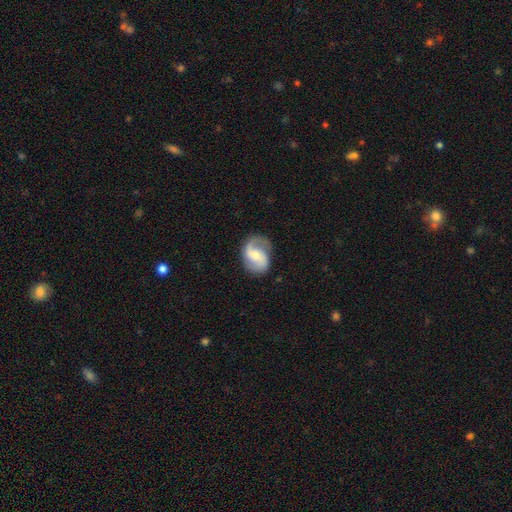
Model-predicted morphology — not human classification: Smooth or featured? featured or disk (80%)
Edge-on disk? no (98%)
Bar? weak (44%)
Spiral arms? yes (95%)
Spiral winding? medium (47%)
Spiral arm count? 2 (85%)
Bulge size? moderate (49%)
Merging? none (73%)